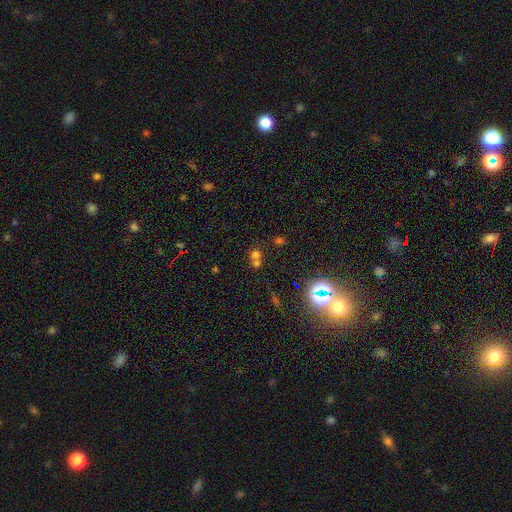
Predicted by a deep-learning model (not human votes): This is possibly a smooth galaxy (56%). How rounded: clearly round (81%). Merging: possibly merger (50%).